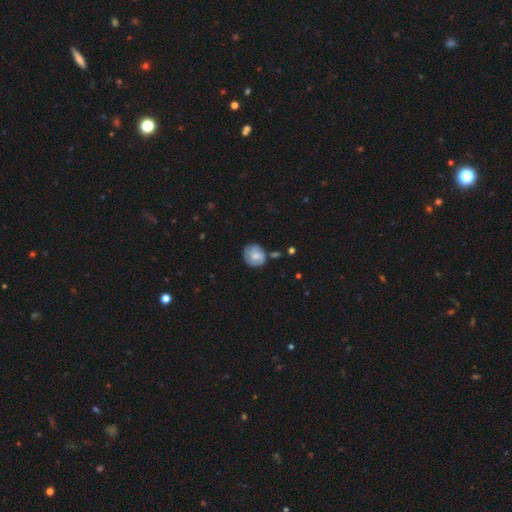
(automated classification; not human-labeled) Q: Smooth or featured?
A: smooth (61%); runner-up: featured or disk (32%)
Q: How rounded?
A: round (77%); runner-up: in between (22%)
Q: Merging?
A: none (69%); runner-up: minor disturbance (21%)